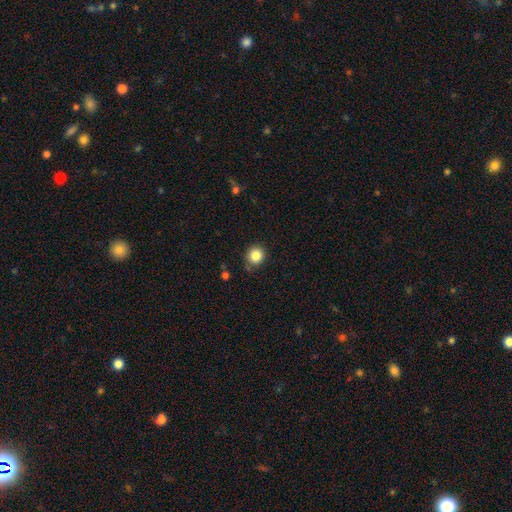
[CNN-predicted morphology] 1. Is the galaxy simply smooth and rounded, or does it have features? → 85% smooth, 11% star or artifact, 5% featured or disk.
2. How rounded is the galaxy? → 88% round, 11% in between, 1% cigar-shaped.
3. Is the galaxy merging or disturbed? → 84% none, 11% minor disturbance, 3% major disturbance, 2% merger.